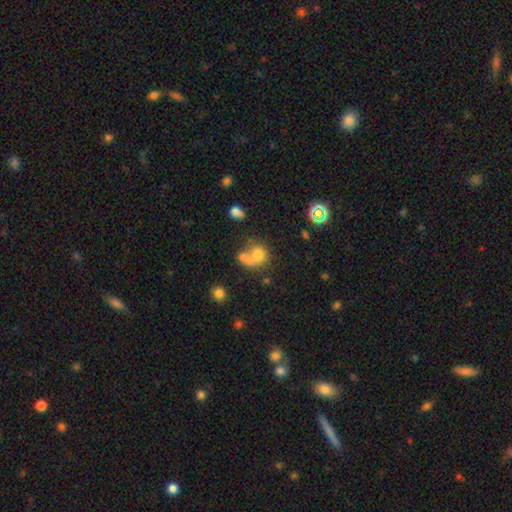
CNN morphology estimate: This is likely a smooth galaxy (67%). How rounded: likely round (64%). Merging: possibly merger (55%).